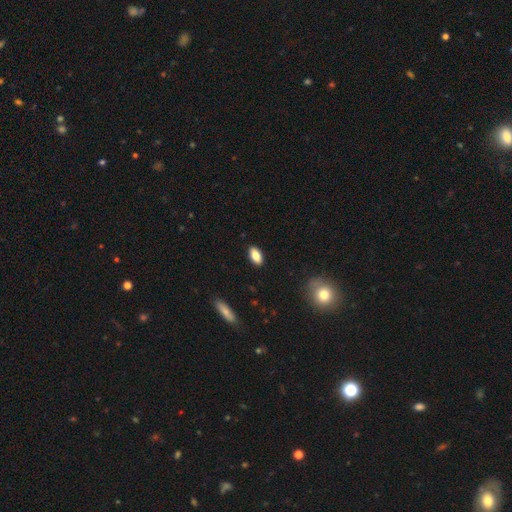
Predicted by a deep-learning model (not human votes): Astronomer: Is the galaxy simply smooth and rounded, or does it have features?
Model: smooth — 83%.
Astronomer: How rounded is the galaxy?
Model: in between — 90%.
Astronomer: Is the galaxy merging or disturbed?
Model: none — 88%.